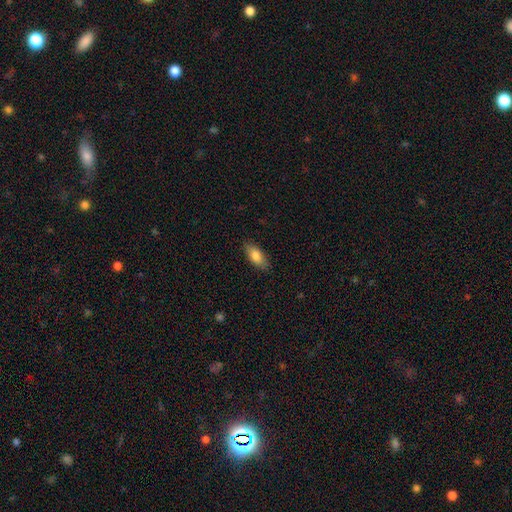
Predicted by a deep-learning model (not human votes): This appears to be a smooth galaxy with no disk features (82%) that is in between round and cigar-shaped (83%). Merging: none (85%).